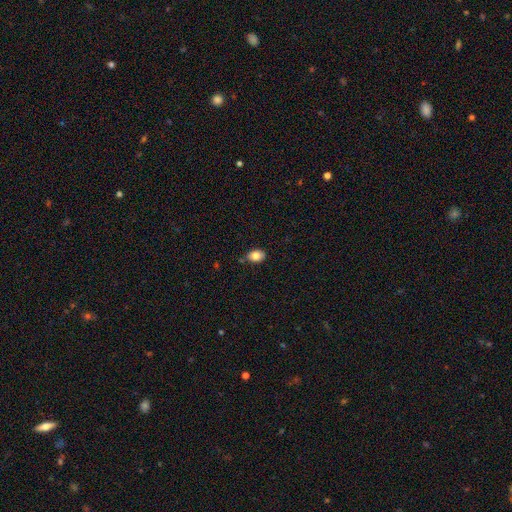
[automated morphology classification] The model was most divided on "merging": none: 74%, minor disturbance: 20%, merger: 3%, major disturbance: 3%. More confident: smooth or featured — smooth (83%); how rounded — in between (77%).